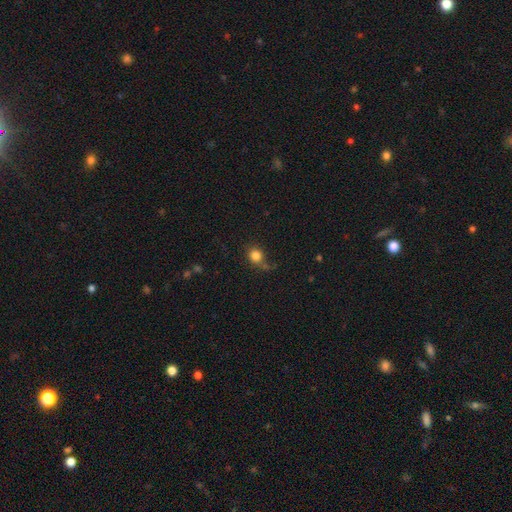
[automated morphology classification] This is clearly a smooth galaxy (81%). How rounded: likely round (80%). Merging: possibly none (58%).